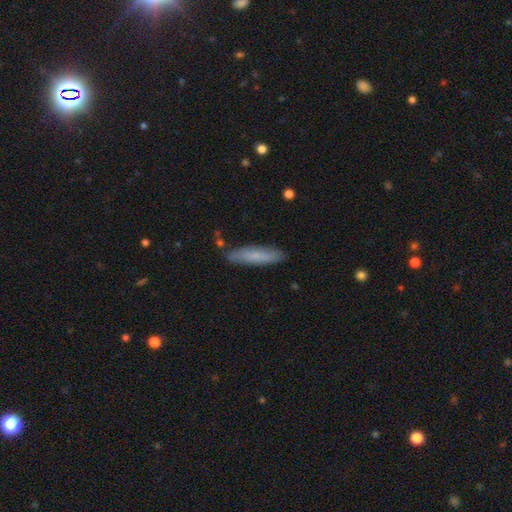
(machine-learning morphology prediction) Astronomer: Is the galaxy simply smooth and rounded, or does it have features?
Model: smooth — 71%.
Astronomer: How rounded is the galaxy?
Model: cigar-shaped — 83%.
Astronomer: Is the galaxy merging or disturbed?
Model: none — 85%.